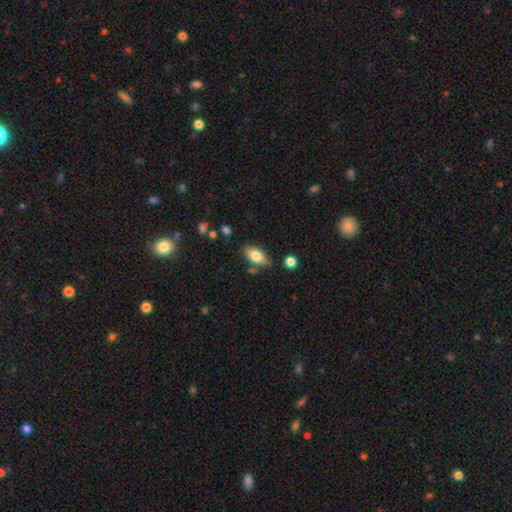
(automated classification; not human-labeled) smooth-or-featured: smooth: 75% | featured or disk: 18% | star or artifact: 7%
  how-rounded: in between: 88% | cigar-shaped: 7% | round: 4%
  merging: none: 75% | minor disturbance: 16% | merger: 6% | major disturbance: 4%